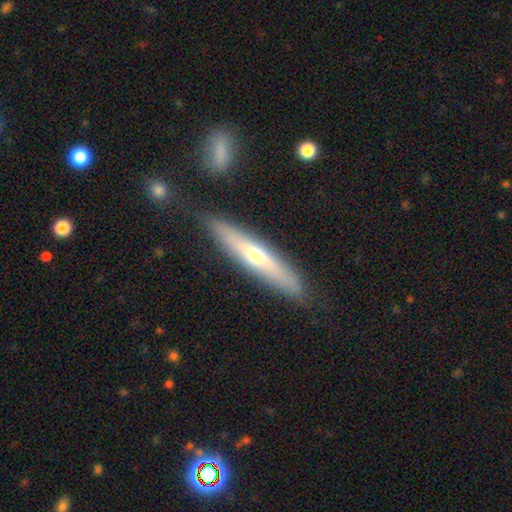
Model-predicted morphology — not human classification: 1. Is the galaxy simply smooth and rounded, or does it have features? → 48% featured or disk, 46% smooth, 6% star or artifact.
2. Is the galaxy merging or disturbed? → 83% none, 12% minor disturbance, 3% major disturbance, 3% merger.